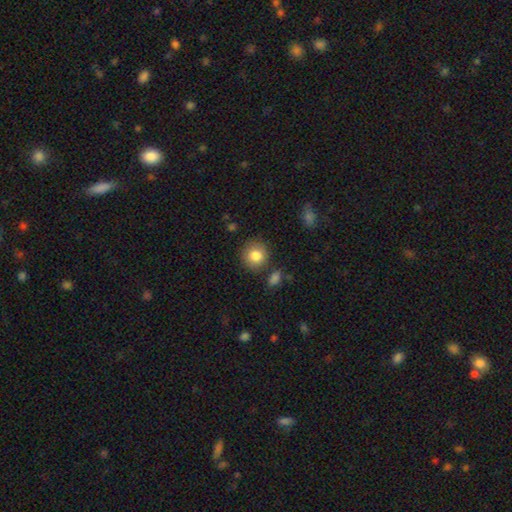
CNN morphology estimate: Smooth or featured: smooth — 84% (star or artifact — 9%)
How rounded: round — 90% (in between — 9%)
Merging: none — 84% (minor disturbance — 9%)